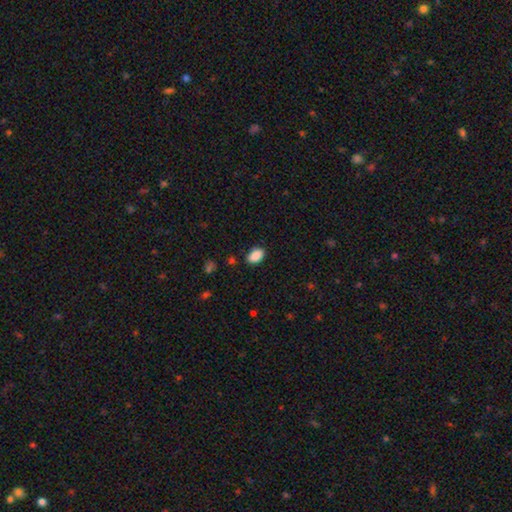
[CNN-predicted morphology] This is clearly a smooth galaxy (89%). How rounded: clearly in between (90%). Merging: clearly none (84%).